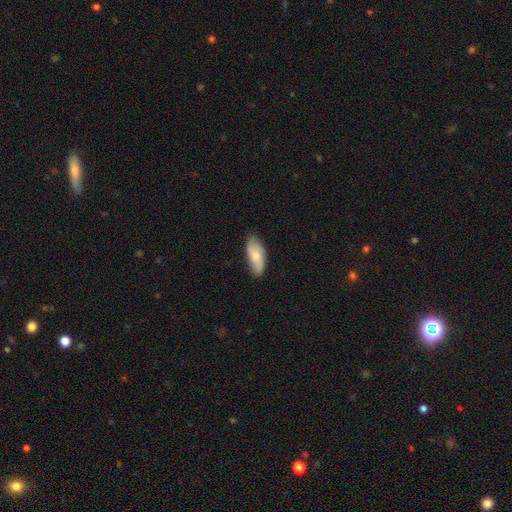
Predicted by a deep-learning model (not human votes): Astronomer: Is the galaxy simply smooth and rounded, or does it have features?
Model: smooth — 70%.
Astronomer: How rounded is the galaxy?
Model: in between — 80%.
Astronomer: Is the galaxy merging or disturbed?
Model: none — 75%.